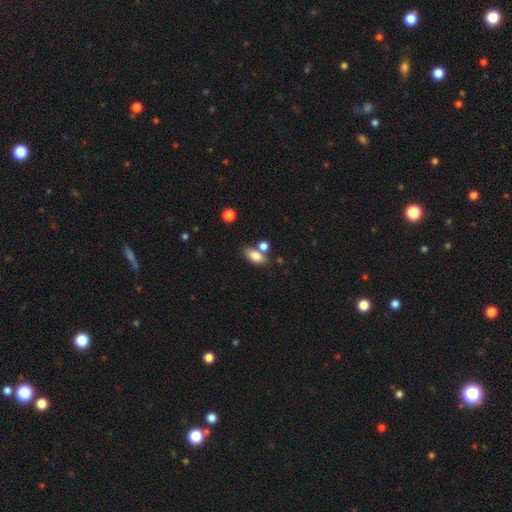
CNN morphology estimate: This is likely a smooth galaxy (79%). How rounded: clearly in between (83%). Merging: possibly none (58%).